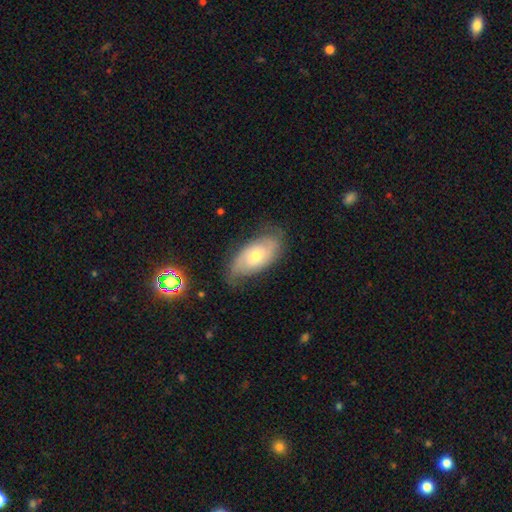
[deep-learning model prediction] Smooth or featured? featured or disk (61%)
Edge-on disk? no (91%)
Bar? no (68%)
Spiral arms? yes (86%)
Bulge size? moderate (58%)
Merging? none (69%)